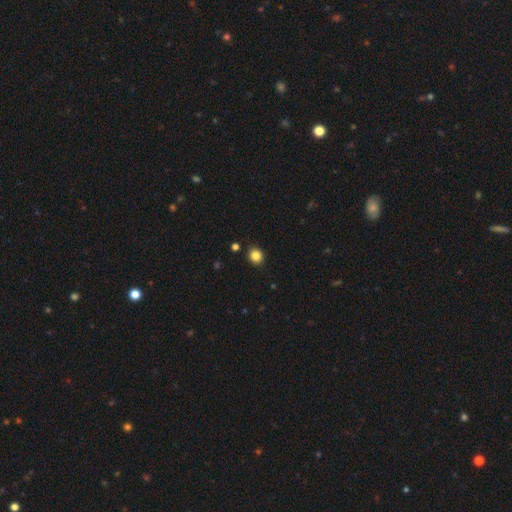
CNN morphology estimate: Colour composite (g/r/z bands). It shows a smooth galaxy with no disk features (84%) that is round (77%). Merging: none (89%).